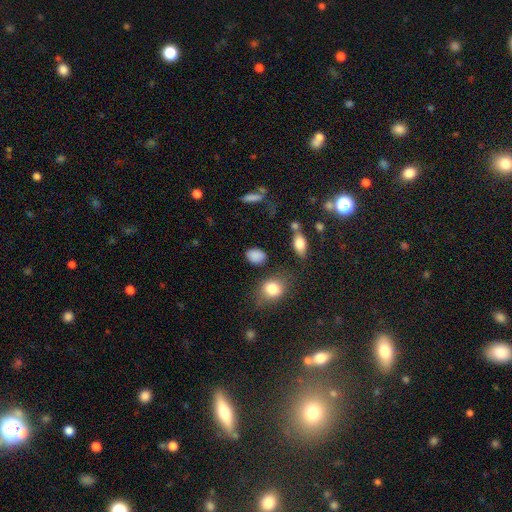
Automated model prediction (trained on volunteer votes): smooth 85%, star or artifact 10%, featured or disk 5%. Down the decision tree: how rounded — in between (64%); merging — none (77%).